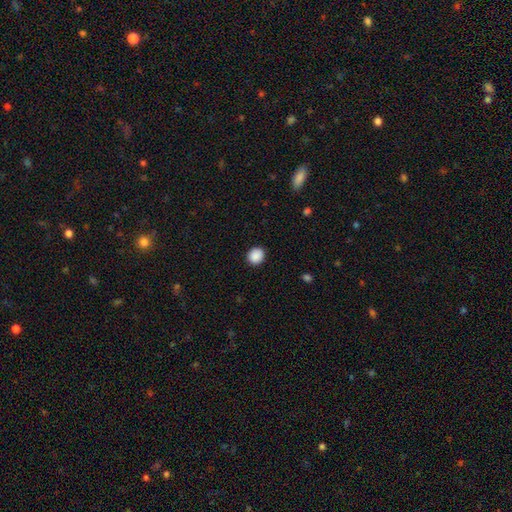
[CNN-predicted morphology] This appears to be a smooth galaxy with no disk features (90%) that is round (78%). Merging: none (90%).